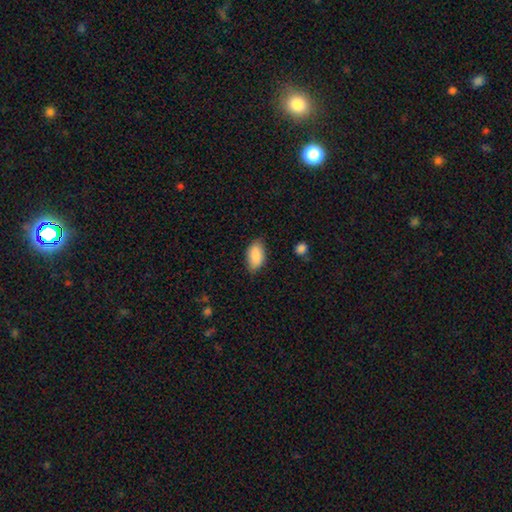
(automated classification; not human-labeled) The model was most divided on "merging": none: 77%, minor disturbance: 19%, major disturbance: 3%, merger: 1%. More confident: how rounded — in between (93%); smooth or featured — smooth (88%).